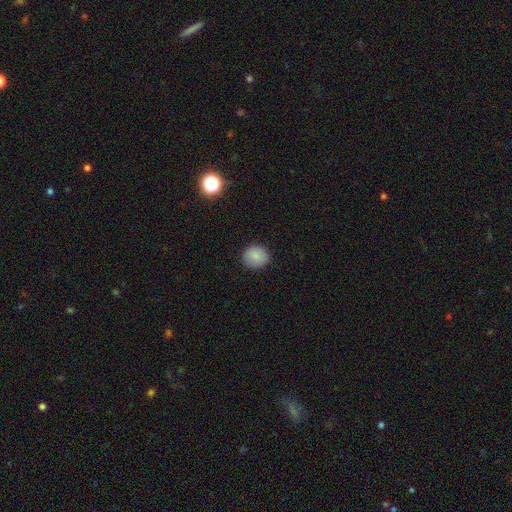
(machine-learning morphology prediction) Smooth or featured: smooth — 86% (star or artifact — 9%)
How rounded: round — 87% (in between — 12%)
Merging: none — 89% (minor disturbance — 8%)